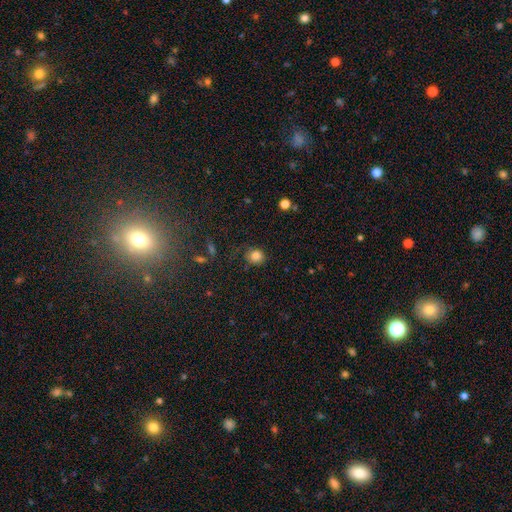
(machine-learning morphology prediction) A smooth galaxy with no disk features (83%) that is round (82%).

Vote fractions:
- Smooth or featured? smooth: 83% / star or artifact: 11% / featured or disk: 6%
- How rounded? round: 82% / in between: 17% / cigar-shaped: 1%
- Merging? none: 74% / minor disturbance: 18% / major disturbance: 6% / merger: 2%